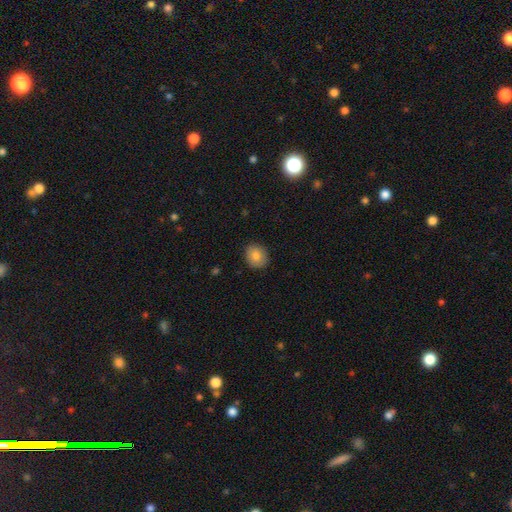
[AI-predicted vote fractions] smooth 83%, featured or disk 9%, star or artifact 8%. Down the decision tree: how rounded — round (68%); merging — none (88%).